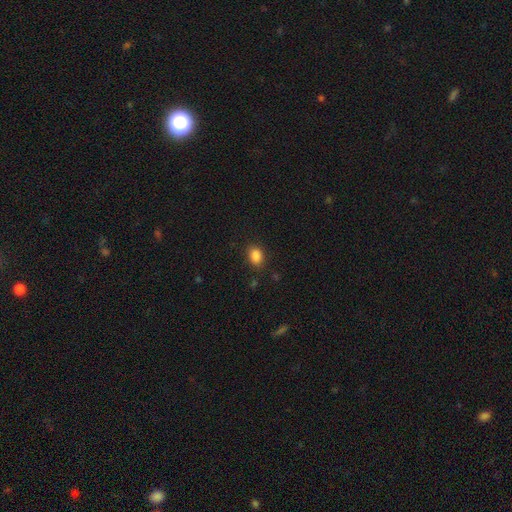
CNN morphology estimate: Smooth or featured: smooth — 87% (star or artifact — 10%)
How rounded: in between — 72% (round — 27%)
Merging: none — 82% (minor disturbance — 13%)